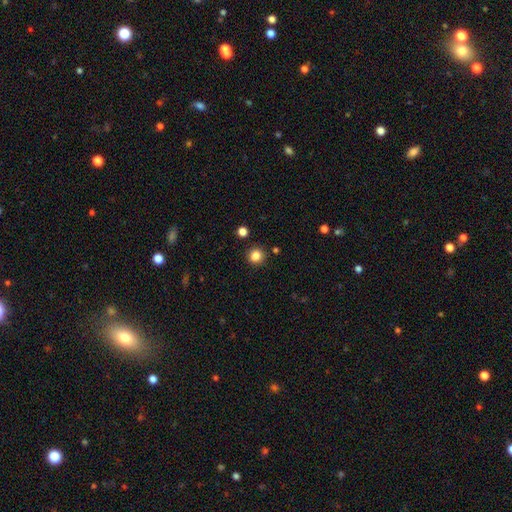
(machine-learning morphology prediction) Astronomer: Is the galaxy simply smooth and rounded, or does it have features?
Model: smooth — 84%.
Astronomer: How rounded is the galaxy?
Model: round — 92%.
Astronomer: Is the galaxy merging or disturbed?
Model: none — 90%.